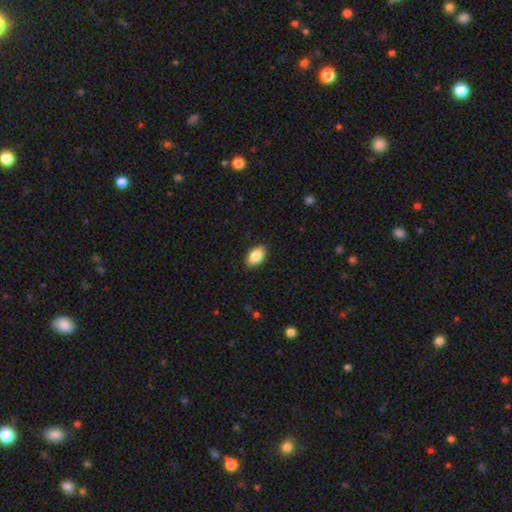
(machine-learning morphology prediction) type=smooth (87%); roundness=in between (92%); merging=none (88%).